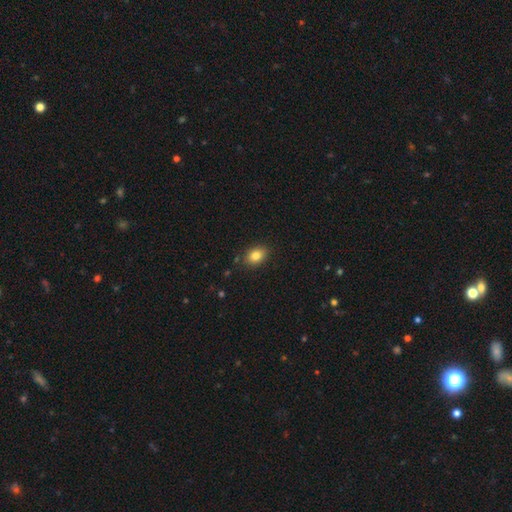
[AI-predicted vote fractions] smooth 83%, star or artifact 9%, featured or disk 8%. Down the decision tree: how rounded — in between (76%); merging — none (86%).